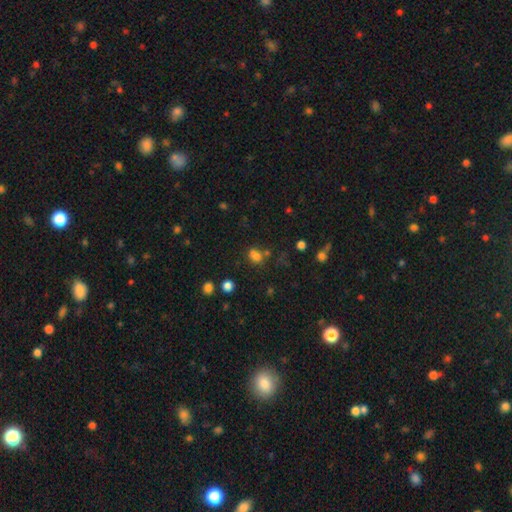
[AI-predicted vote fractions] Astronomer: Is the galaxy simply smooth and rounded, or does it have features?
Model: smooth — 70%.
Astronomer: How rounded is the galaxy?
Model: round — 50% (runner-up: in between, 48%).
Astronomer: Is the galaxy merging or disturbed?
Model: none — 47% (runner-up: merger, 32%).